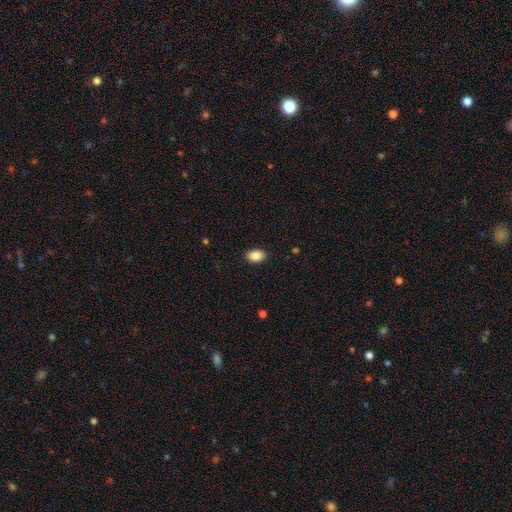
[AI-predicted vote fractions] smooth-or-featured: smooth: 87% | star or artifact: 8% | featured or disk: 5%
  how-rounded: in between: 89% | round: 9% | cigar-shaped: 1%
  merging: none: 89% | minor disturbance: 8% | major disturbance: 2% | merger: 1%